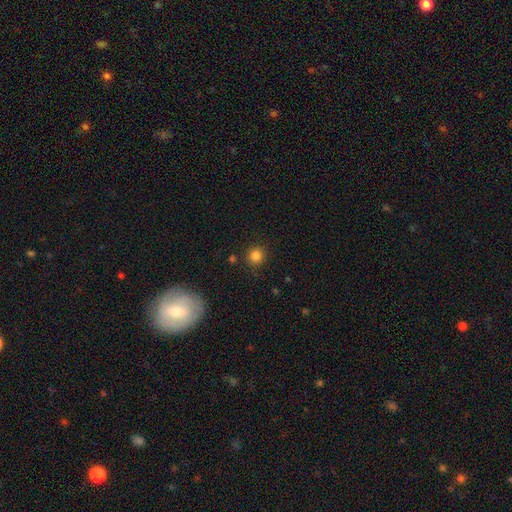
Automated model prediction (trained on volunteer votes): This appears to be a smooth galaxy with no disk features (83%) that is round (92%). Merging: none (88%).